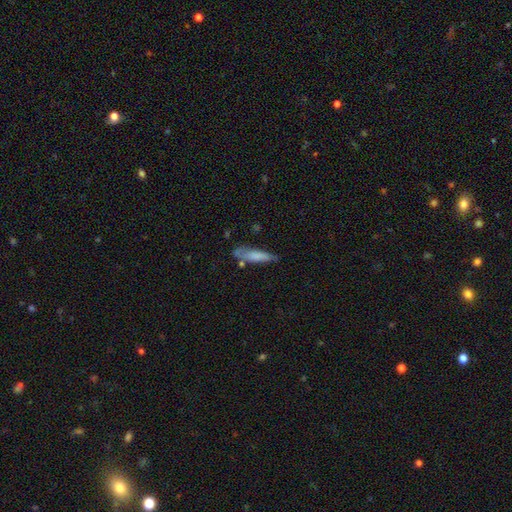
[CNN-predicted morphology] The model was most divided on "merging": none: 61%, minor disturbance: 25%, major disturbance: 7%, merger: 7%. More confident: how rounded — cigar-shaped (79%); smooth or featured — smooth (71%).